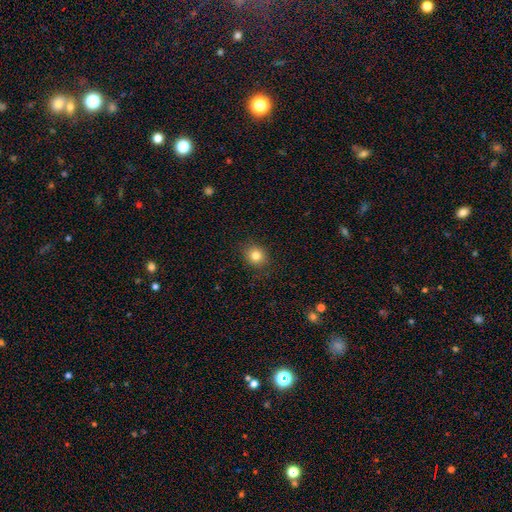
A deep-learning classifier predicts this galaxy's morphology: smooth 83%, star or artifact 11%, featured or disk 6%. Down the decision tree: how rounded — round (76%); merging — none (88%).